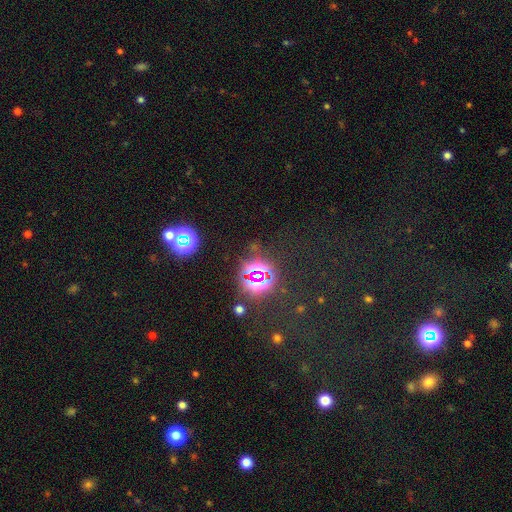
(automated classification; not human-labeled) star or artifact 70%, smooth 21%, featured or disk 9%.